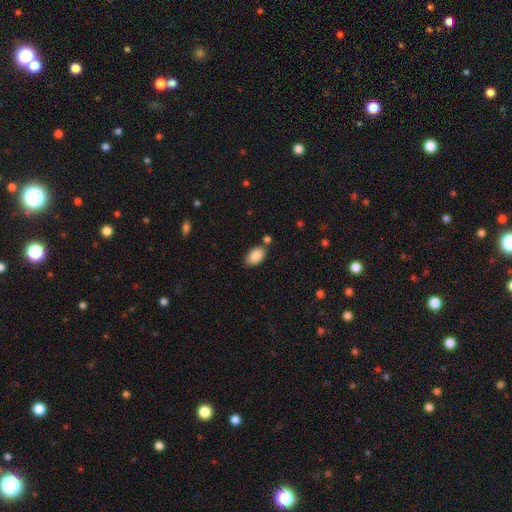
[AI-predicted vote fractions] A smooth galaxy with no disk features (88%) that is in between round and cigar-shaped (91%).

Vote fractions:
- Smooth or featured? smooth: 88% / star or artifact: 7% / featured or disk: 5%
- How rounded? in between: 91% / round: 7% / cigar-shaped: 1%
- Merging? none: 76% / minor disturbance: 13% / merger: 8% / major disturbance: 3%